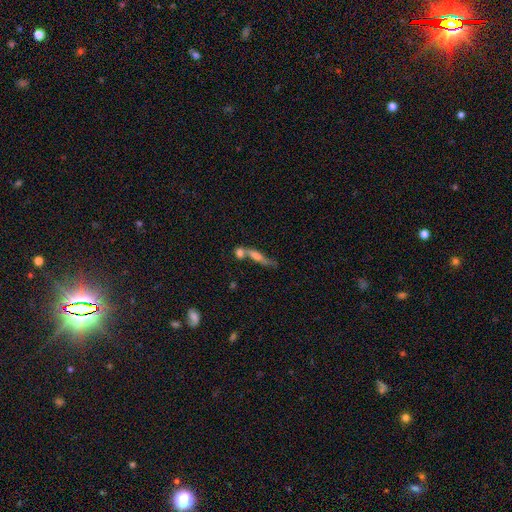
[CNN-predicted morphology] This appears to be a featured or disk galaxy (45%). Merging: merger (40%).